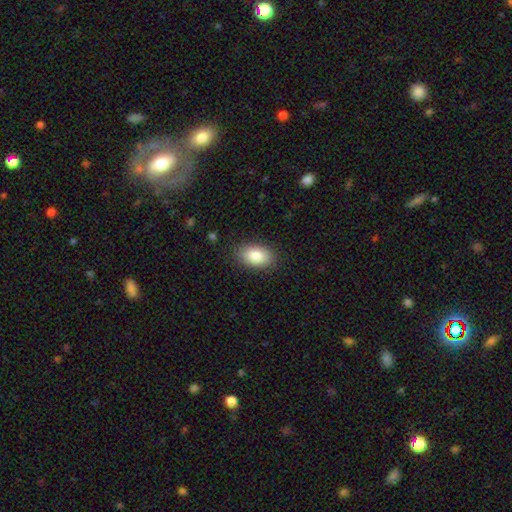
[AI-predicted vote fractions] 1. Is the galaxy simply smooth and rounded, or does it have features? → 86% smooth, 7% featured or disk, 7% star or artifact.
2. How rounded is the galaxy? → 91% in between, 7% round, 1% cigar-shaped.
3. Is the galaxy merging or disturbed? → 85% none, 11% minor disturbance, 3% major disturbance, 1% merger.